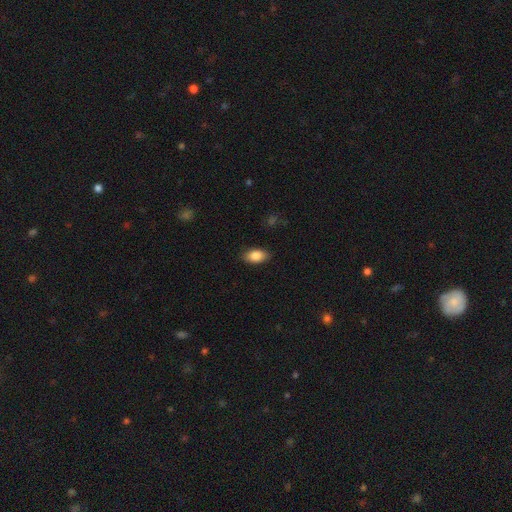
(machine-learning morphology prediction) smooth 85%, featured or disk 8%, star or artifact 7%. Down the decision tree: how rounded — in between (91%); merging — none (87%).